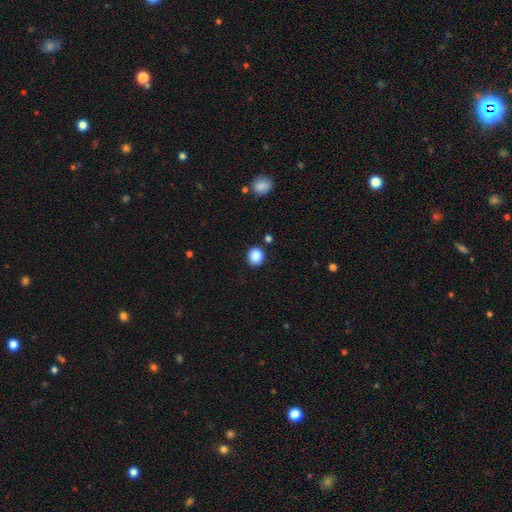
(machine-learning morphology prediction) Smooth or featured? smooth (88%)
How rounded? round (80%)
Merging? none (86%)